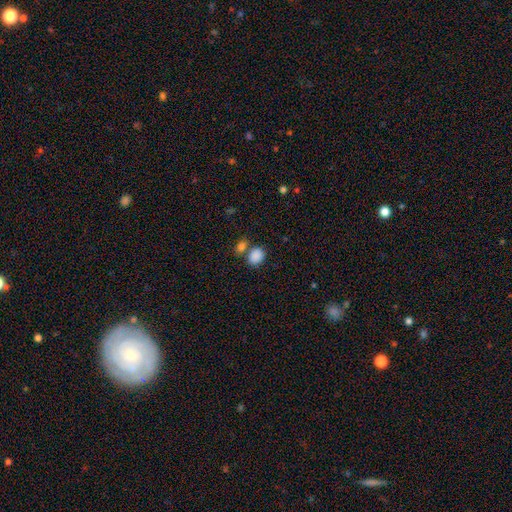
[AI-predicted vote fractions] The model was most divided on "how rounded": in between: 60%, round: 39%, cigar-shaped: 1%. More confident: smooth or featured — smooth (87%); merging — none (59%).